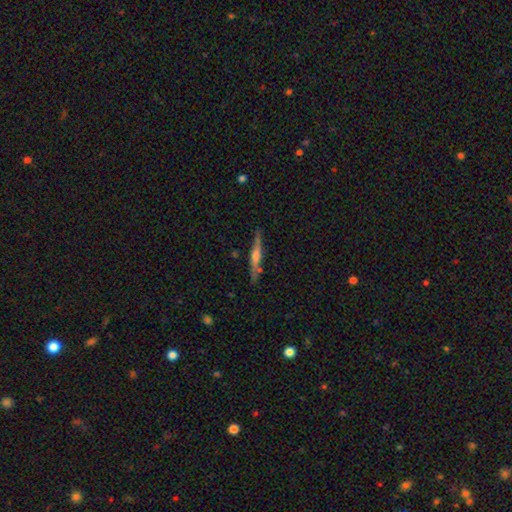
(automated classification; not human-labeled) This appears to be a featured or disk galaxy (63%) viewed edge-on (95%) with a rounded central bulge (62%). Merging: none (82%).